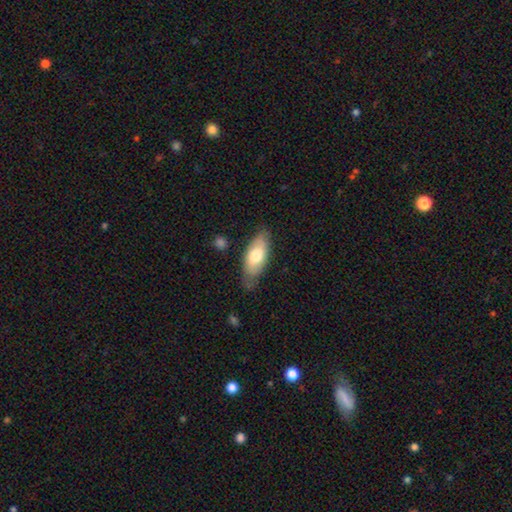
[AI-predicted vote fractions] Smooth or featured: smooth — 66% (featured or disk — 29%)
How rounded: in between — 86% (cigar-shaped — 11%)
Merging: none — 68% (minor disturbance — 24%)